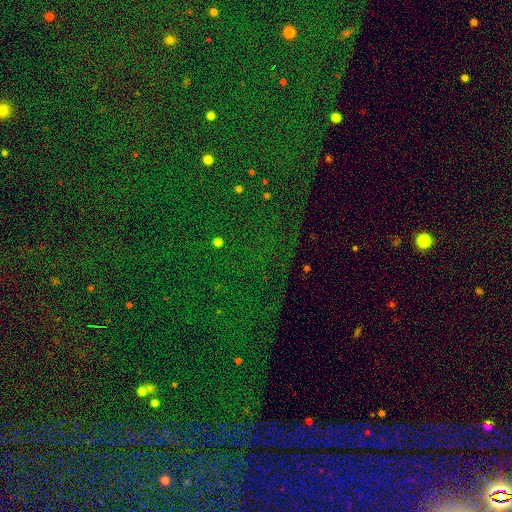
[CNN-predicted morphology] A star or artifact, not a galaxy (81%).